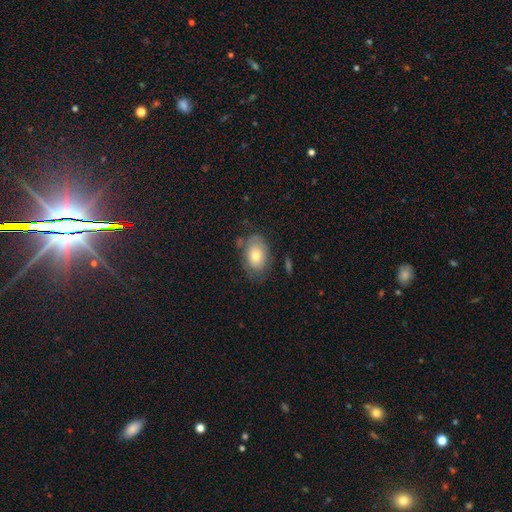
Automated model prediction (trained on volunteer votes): This appears to be a smooth galaxy with no disk features (70%) that is in between round and cigar-shaped (82%). Merging: none (65%).